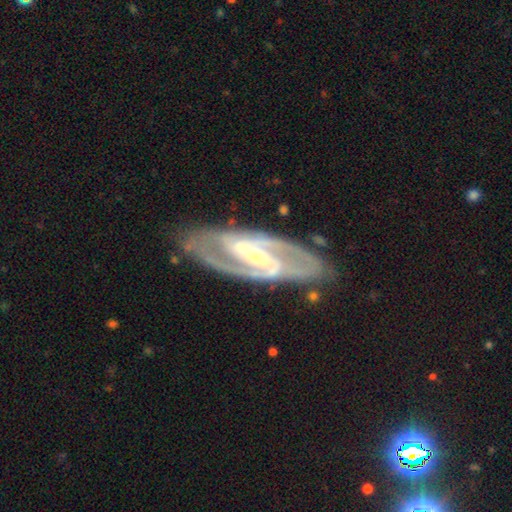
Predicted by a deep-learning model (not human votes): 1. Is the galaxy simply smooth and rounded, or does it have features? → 92% featured or disk, 4% smooth, 4% star or artifact.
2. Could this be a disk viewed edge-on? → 94% no, 6% yes.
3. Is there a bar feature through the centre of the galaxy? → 58% strong, 29% weak, 13% no.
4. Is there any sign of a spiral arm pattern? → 98% yes, 2% no.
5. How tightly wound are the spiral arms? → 54% medium, 36% tight, 10% loose.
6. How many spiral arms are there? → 88% 2, 4% 3, 3% can't tell, 1% 4, 1% 1, 1% more than 4.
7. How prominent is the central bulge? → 59% small, 35% moderate, 3% large, 2% none, 1% dominant.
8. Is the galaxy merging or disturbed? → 81% none, 13% minor disturbance, 4% major disturbance, 2% merger.